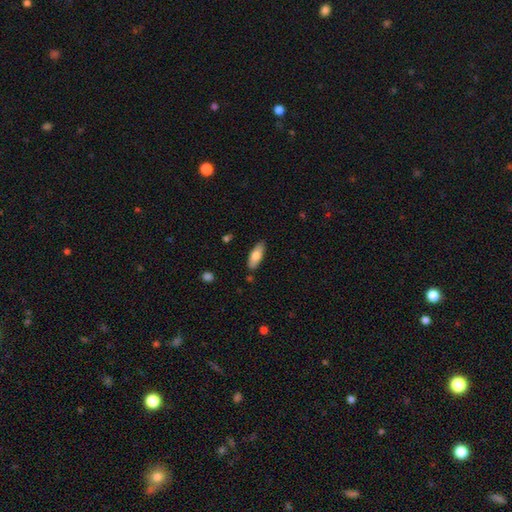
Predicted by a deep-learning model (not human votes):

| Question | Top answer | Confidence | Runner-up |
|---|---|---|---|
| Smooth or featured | smooth | 75% | featured or disk (18%) |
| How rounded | in between | 74% | cigar-shaped (24%) |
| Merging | none | 84% | minor disturbance (12%) |